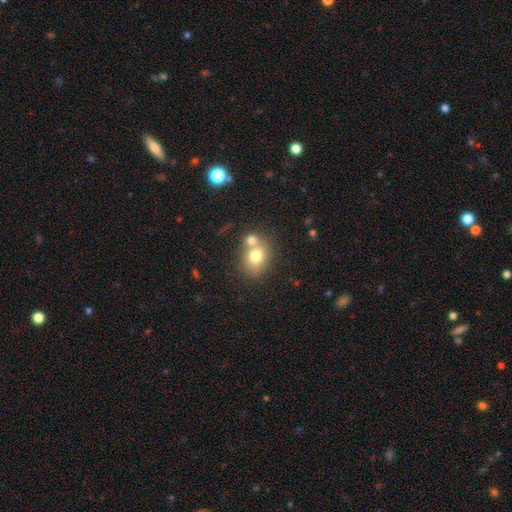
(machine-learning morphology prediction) Q: Smooth or featured?
A: smooth (74%); runner-up: featured or disk (15%)
Q: How rounded?
A: round (53%); runner-up: in between (46%)
Q: Merging?
A: none (49%); runner-up: merger (36%)